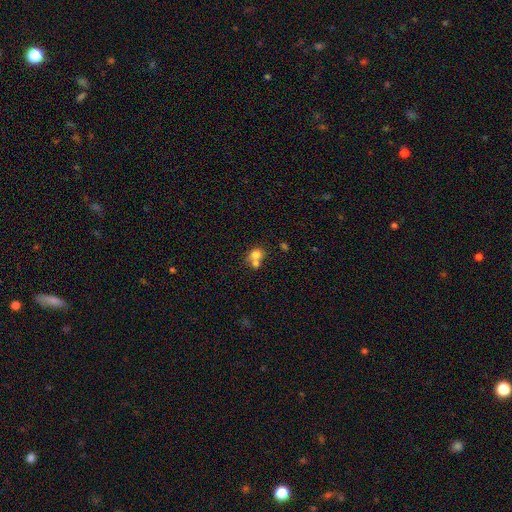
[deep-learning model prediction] This appears to be a smooth galaxy with no disk features (75%) that is round (64%). Merging: merger (57%).